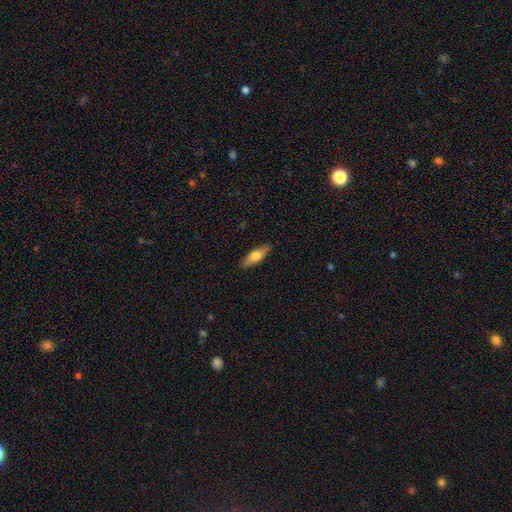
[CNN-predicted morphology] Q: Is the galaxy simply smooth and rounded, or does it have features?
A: smooth — 64%.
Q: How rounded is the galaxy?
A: in between — 58%.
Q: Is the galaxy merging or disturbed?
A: none — 89%.